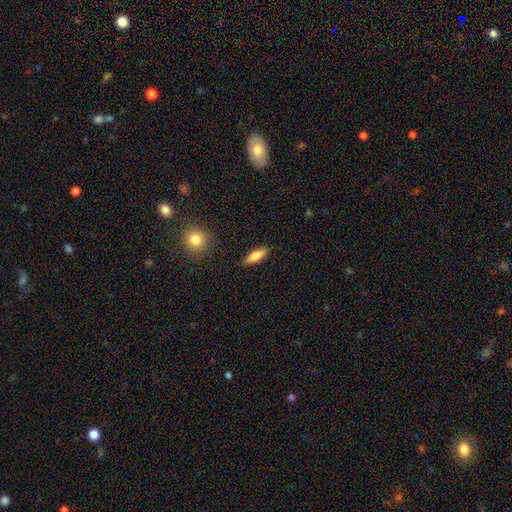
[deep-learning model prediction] Smooth or featured: smooth — 80% (featured or disk — 14%)
How rounded: in between — 54% (cigar-shaped — 44%)
Merging: none — 87% (minor disturbance — 9%)